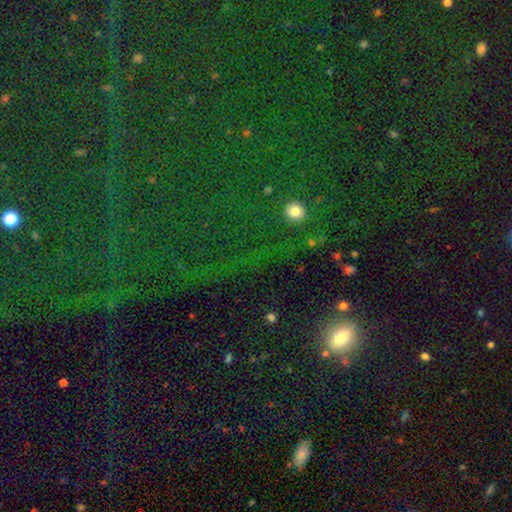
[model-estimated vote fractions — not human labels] This appears to be a star or artifact, not a galaxy (66%).